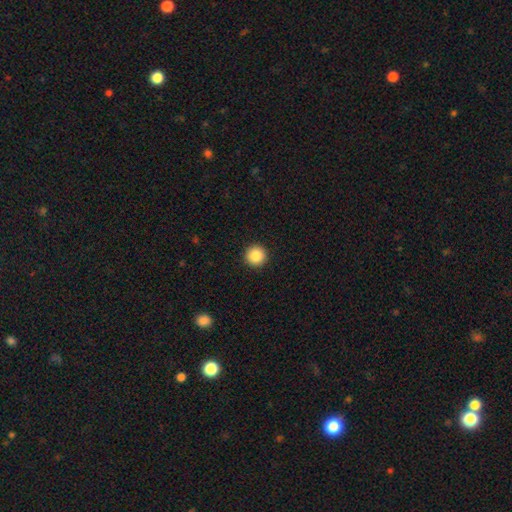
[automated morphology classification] smooth 86%, star or artifact 9%, featured or disk 4%. Down the decision tree: how rounded — round (96%); merging — none (93%).